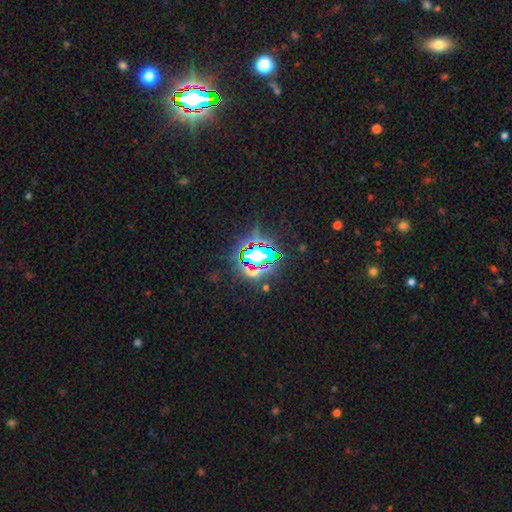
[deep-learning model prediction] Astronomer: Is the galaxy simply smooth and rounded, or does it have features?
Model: star or artifact — 72%.